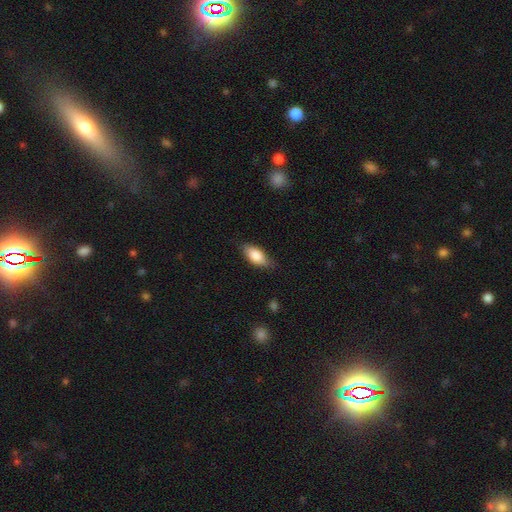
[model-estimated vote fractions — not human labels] This appears to be a smooth galaxy with no disk features (82%) that is in between round and cigar-shaped (87%). Merging: none (75%).